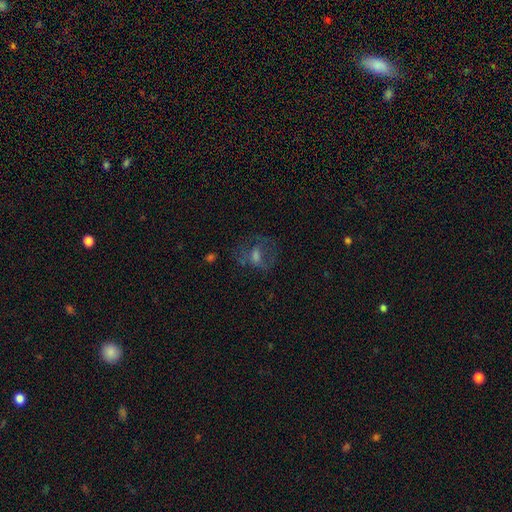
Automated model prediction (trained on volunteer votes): A featured or disk galaxy (43%).

Vote fractions:
- Smooth or featured? featured or disk: 43% / smooth: 36% / star or artifact: 21%
- Merging? none: 58% / major disturbance: 22% / minor disturbance: 18% / merger: 2%